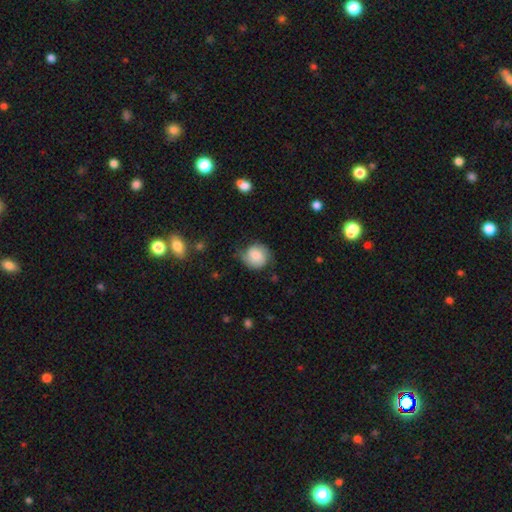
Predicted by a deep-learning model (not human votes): A smooth galaxy with no disk features (64%) that is round (81%). Merging: none (55%).